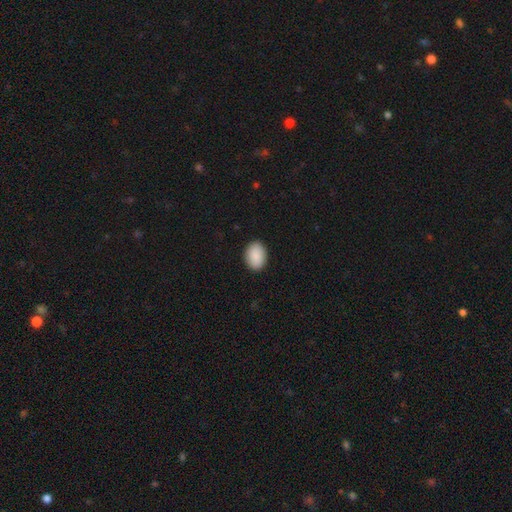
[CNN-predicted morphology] smooth_or_featured: smooth (p=0.90) [alt: star or artifact p=0.06]
how_rounded: in between (p=0.75) [alt: round p=0.24]
merging: none (p=0.89) [alt: minor disturbance p=0.08]